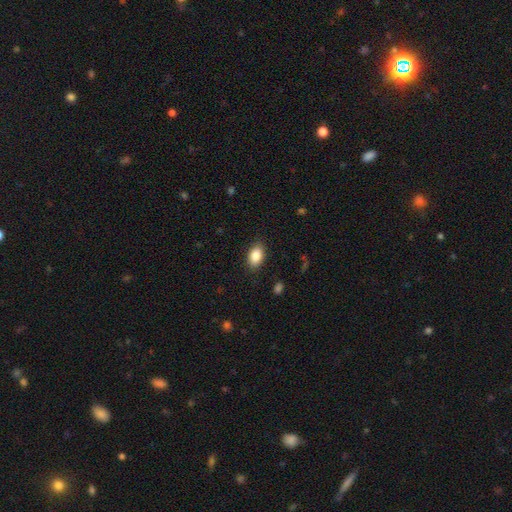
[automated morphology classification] Smooth or featured: smooth — 87% (star or artifact — 7%)
How rounded: in between — 89% (round — 9%)
Merging: none — 86% (minor disturbance — 11%)